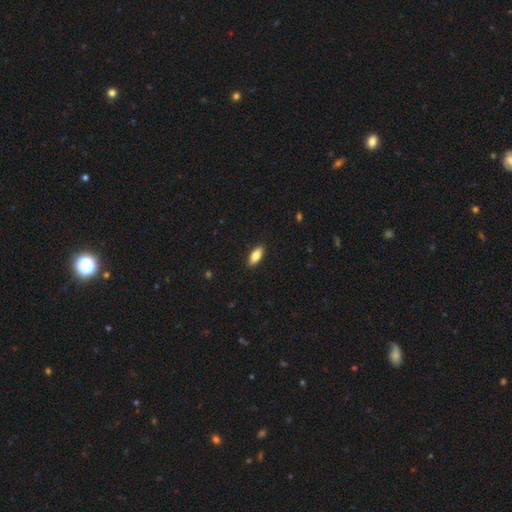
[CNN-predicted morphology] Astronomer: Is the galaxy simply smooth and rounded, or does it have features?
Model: smooth — 80%.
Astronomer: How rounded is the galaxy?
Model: in between — 81%.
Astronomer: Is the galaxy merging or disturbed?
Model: none — 90%.